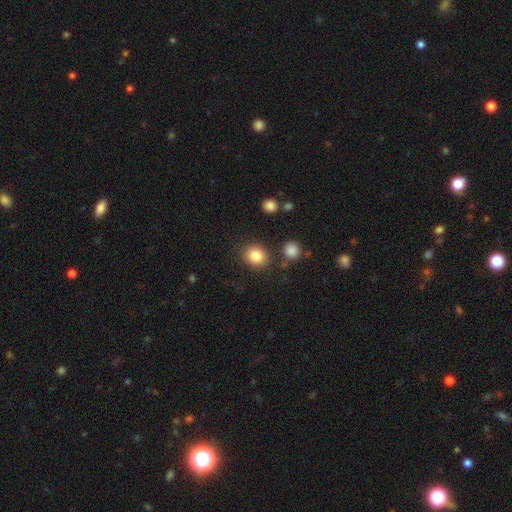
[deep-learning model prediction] Smooth or featured? smooth (85%)
How rounded? round (74%)
Merging? none (83%)